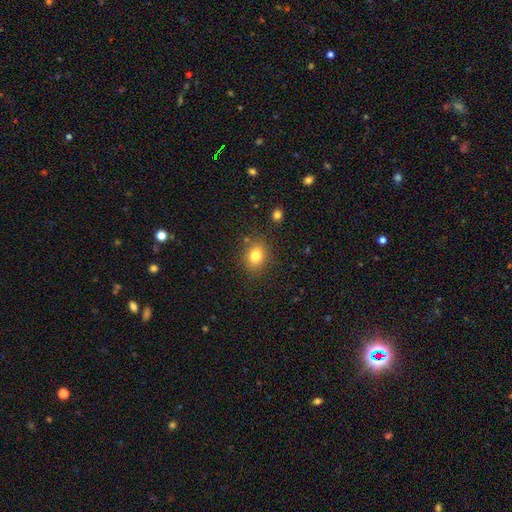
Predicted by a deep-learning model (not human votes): A smooth galaxy with no disk features (80%) that is round (55%).

Vote fractions:
- Smooth or featured? smooth: 80% / star or artifact: 12% / featured or disk: 8%
- How rounded? round: 55% / in between: 44% / cigar-shaped: 1%
- Merging? none: 82% / minor disturbance: 11% / merger: 3% / major disturbance: 3%